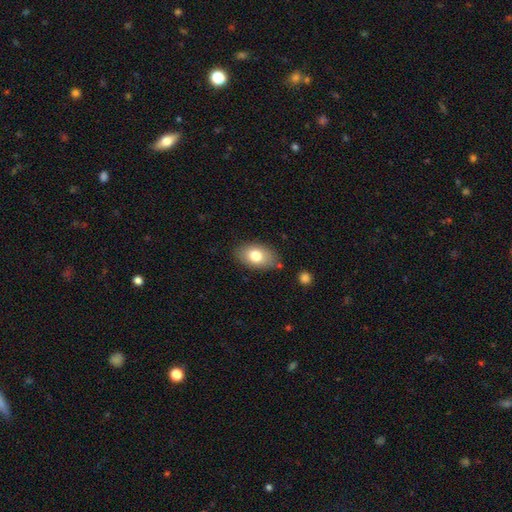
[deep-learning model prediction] Smooth or featured?
  - smooth: 78% *
  - featured or disk: 15%
  - star or artifact: 8%
How rounded?
  - in between: 90% *
  - round: 9%
  - cigar-shaped: 2%
Merging?
  - none: 80% *
  - minor disturbance: 13%
  - merger: 3%
  - major disturbance: 3%